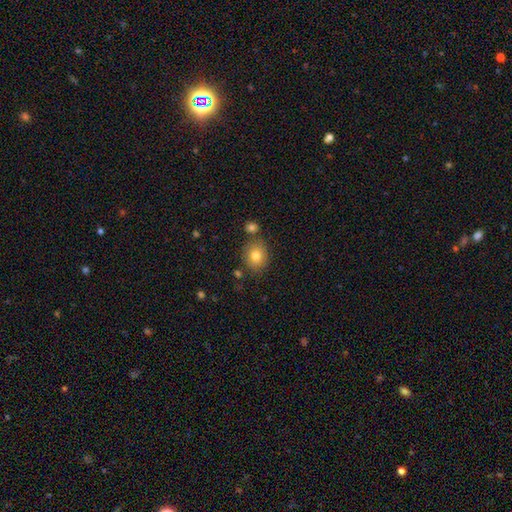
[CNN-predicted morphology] smooth-or-featured: smooth: 80% | star or artifact: 10% | featured or disk: 10%
  how-rounded: round: 63% | in between: 36% | cigar-shaped: 1%
  merging: none: 77% | minor disturbance: 11% | merger: 9% | major disturbance: 3%